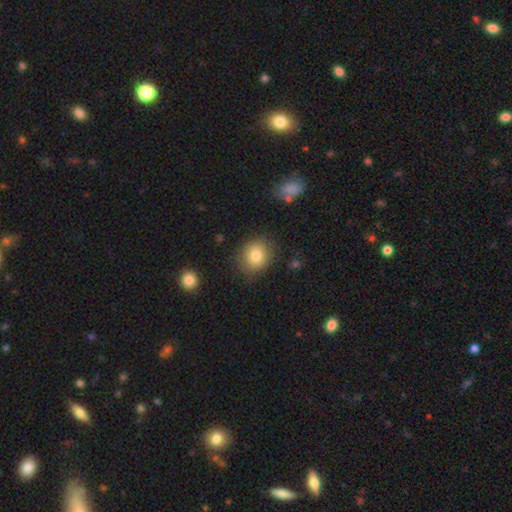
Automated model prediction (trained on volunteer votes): This is clearly a smooth galaxy (82%). How rounded: likely round (71%). Merging: clearly none (82%).